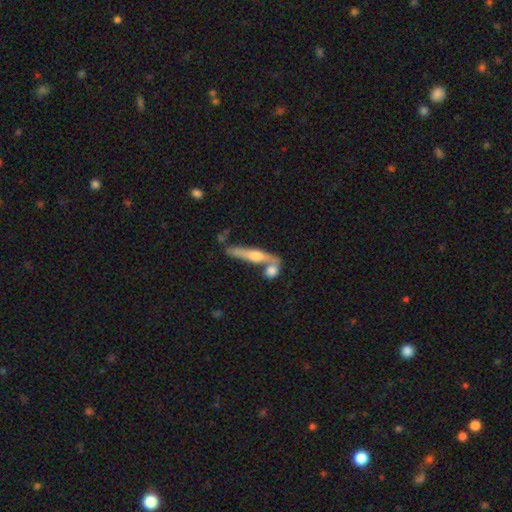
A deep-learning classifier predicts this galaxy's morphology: Q: Smooth or featured?
A: featured or disk (64%); runner-up: smooth (29%)
Q: Edge-on disk?
A: yes (92%); runner-up: no (8%)
Q: Edge-on bulge?
A: rounded (90%); runner-up: none (5%)
Q: Merging?
A: none (57%); runner-up: merger (26%)